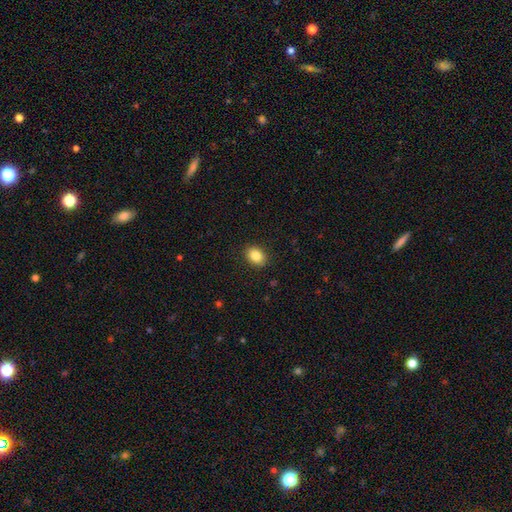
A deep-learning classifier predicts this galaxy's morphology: smooth 85%, star or artifact 9%, featured or disk 6%. Down the decision tree: how rounded — in between (69%); merging — none (89%).